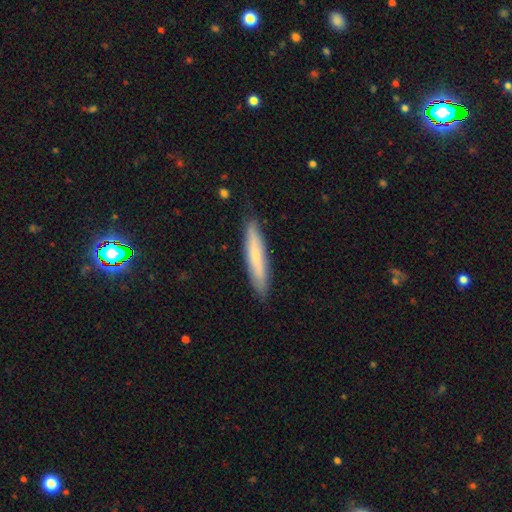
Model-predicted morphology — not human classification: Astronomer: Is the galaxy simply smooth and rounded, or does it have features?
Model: smooth — 66%.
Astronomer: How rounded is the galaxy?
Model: cigar-shaped — 91%.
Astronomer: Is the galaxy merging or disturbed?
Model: none — 88%.